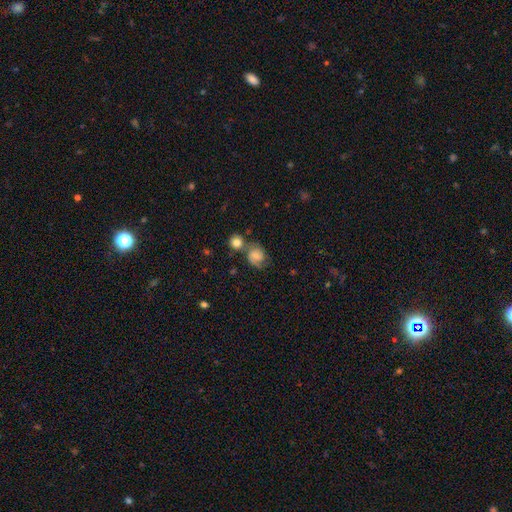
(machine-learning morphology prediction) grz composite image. It shows a smooth galaxy with no disk features (48%). Merging: none (48%).